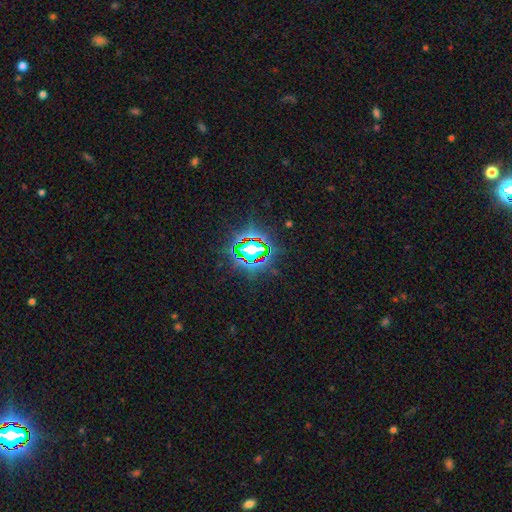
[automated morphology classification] smooth-or-featured: star or artifact: 75% | smooth: 13% | featured or disk: 11%